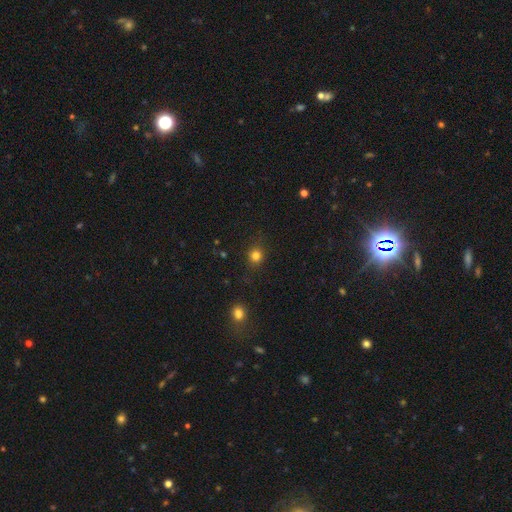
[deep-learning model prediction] smooth-or-featured: smooth: 80% | star or artifact: 15% | featured or disk: 5%
  how-rounded: round: 84% | in between: 15% | cigar-shaped: 1%
  merging: none: 86% | minor disturbance: 9% | major disturbance: 3% | merger: 2%